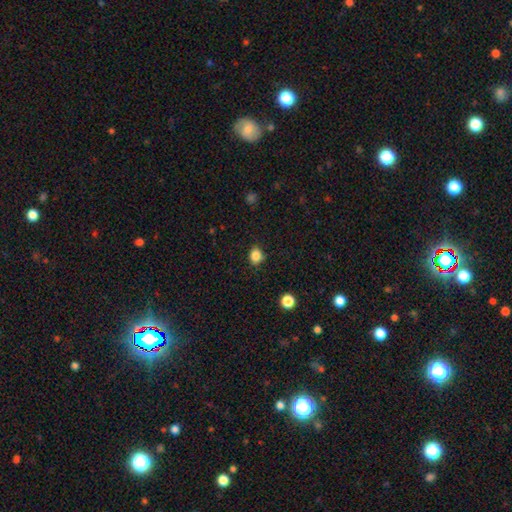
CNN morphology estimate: Smooth or featured? smooth (84%)
How rounded? round (58%)
Merging? none (84%)